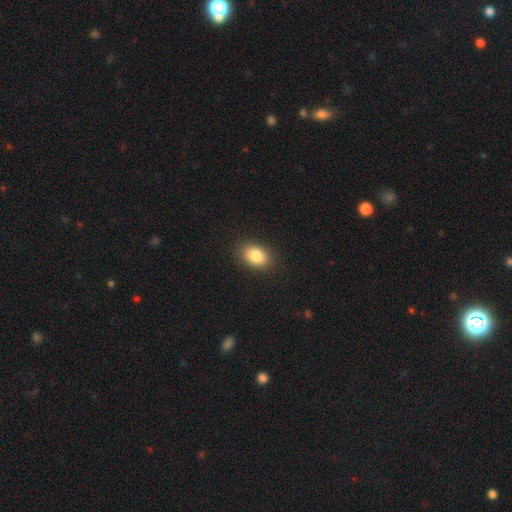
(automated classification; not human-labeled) This appears to be a smooth galaxy with no disk features (85%) that is in between round and cigar-shaped (77%). Merging: none (88%).